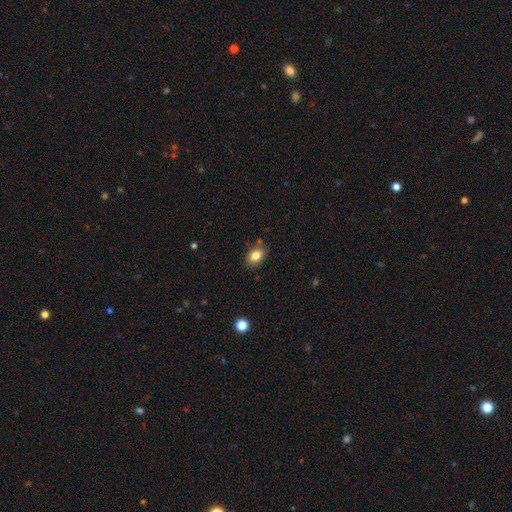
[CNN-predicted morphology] smooth 83%, star or artifact 9%, featured or disk 8%. Down the decision tree: how rounded — in between (77%); merging — none (80%).